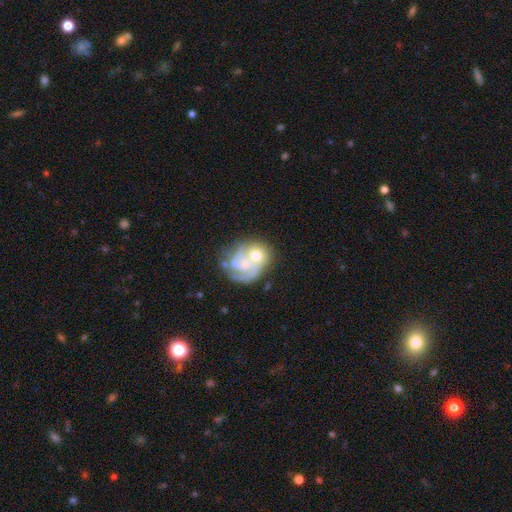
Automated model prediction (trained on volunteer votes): Q: Smooth or featured?
A: featured or disk (66%); runner-up: smooth (26%)
Q: Edge-on disk?
A: no (98%); runner-up: yes (2%)
Q: Bar?
A: no (84%); runner-up: weak (13%)
Q: Spiral arms?
A: yes (54%); runner-up: no (46%)
Q: Bulge size?
A: moderate (47%); runner-up: small (30%)
Q: Merging?
A: none (34%); runner-up: merger (31%)